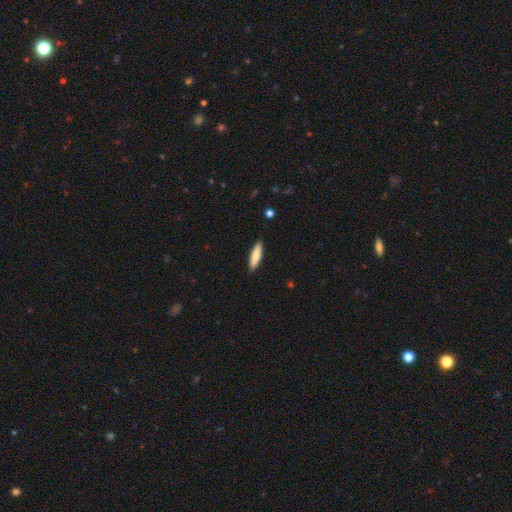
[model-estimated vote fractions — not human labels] smooth 80%, featured or disk 15%, star or artifact 5%. Down the decision tree: how rounded — cigar-shaped (72%); merging — none (89%).